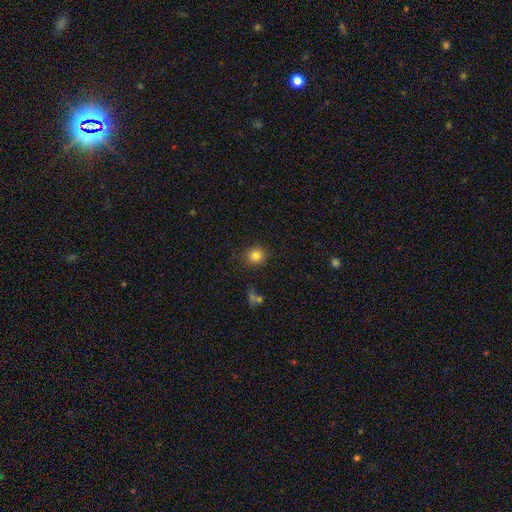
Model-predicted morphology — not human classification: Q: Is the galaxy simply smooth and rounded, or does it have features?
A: smooth — 83%.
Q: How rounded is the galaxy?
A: round — 84%.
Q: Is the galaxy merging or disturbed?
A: none — 85%.